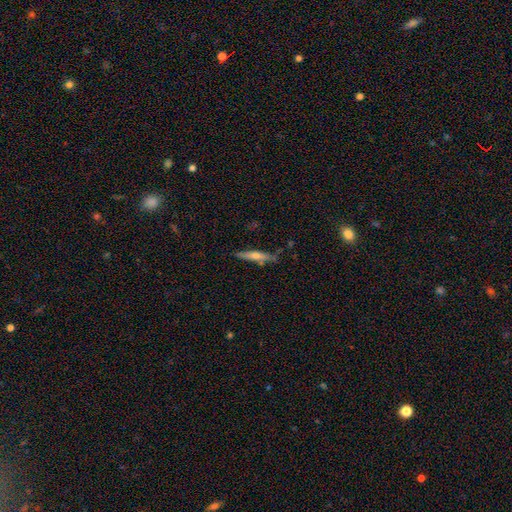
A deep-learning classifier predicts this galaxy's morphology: This is possibly a featured or disk galaxy (52%). It is clearly viewed edge-on (92%). Merging: likely none (78%).